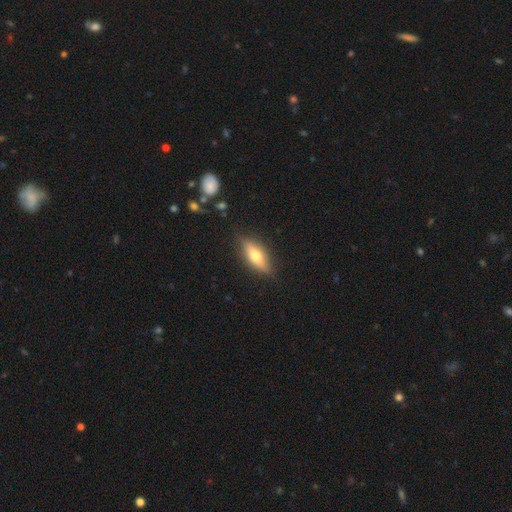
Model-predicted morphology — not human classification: smooth_or_featured: smooth (p=0.53) [alt: featured or disk p=0.40]
how_rounded: in between (p=0.60) [alt: cigar-shaped p=0.37]
merging: none (p=0.82) [alt: minor disturbance p=0.13]